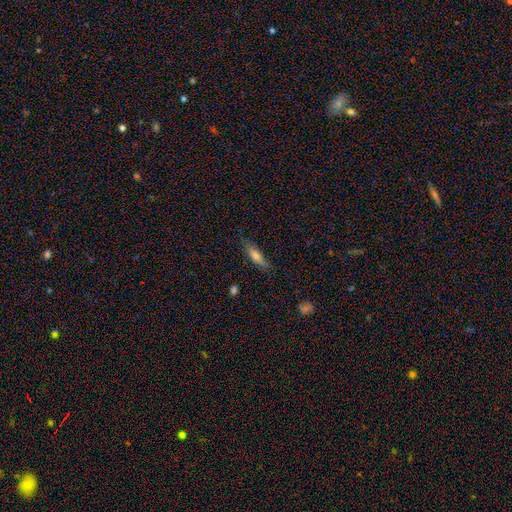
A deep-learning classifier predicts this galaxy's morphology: Smooth or featured?
  - smooth: 68% *
  - featured or disk: 24%
  - star or artifact: 8%
How rounded?
  - cigar-shaped: 64% *
  - in between: 34%
  - round: 2%
Merging?
  - none: 80% *
  - minor disturbance: 15%
  - major disturbance: 3%
  - merger: 2%